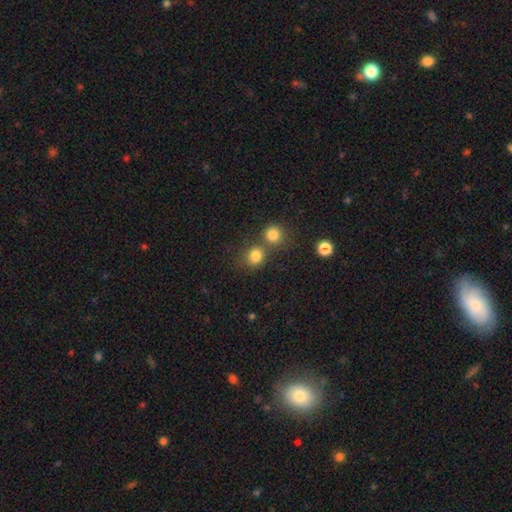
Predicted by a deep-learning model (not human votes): Smooth or featured? Predicted: smooth (p=0.81). How rounded? Predicted: round (p=0.76). Merging? Predicted: none (p=0.57).